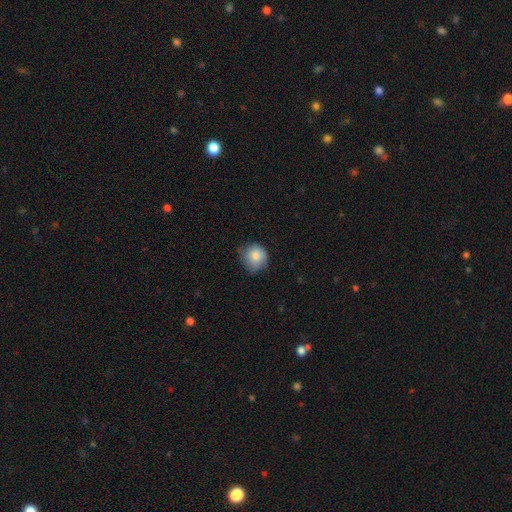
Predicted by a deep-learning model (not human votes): Smooth or featured? smooth (81%)
How rounded? round (84%)
Merging? none (59%)